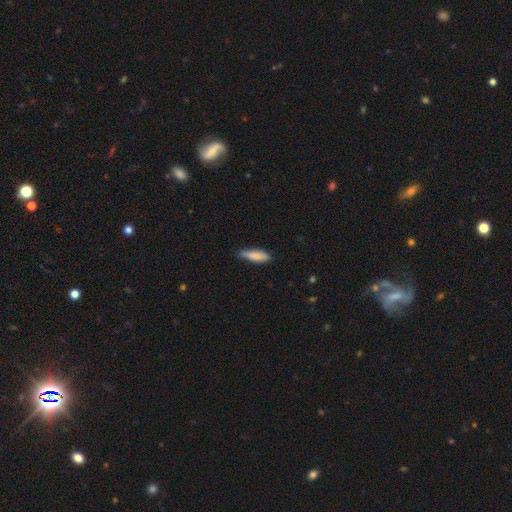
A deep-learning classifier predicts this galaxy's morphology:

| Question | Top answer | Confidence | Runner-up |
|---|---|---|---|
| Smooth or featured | smooth | 85% | featured or disk (9%) |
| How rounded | cigar-shaped | 58% | in between (41%) |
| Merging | none | 67% | minor disturbance (28%) |